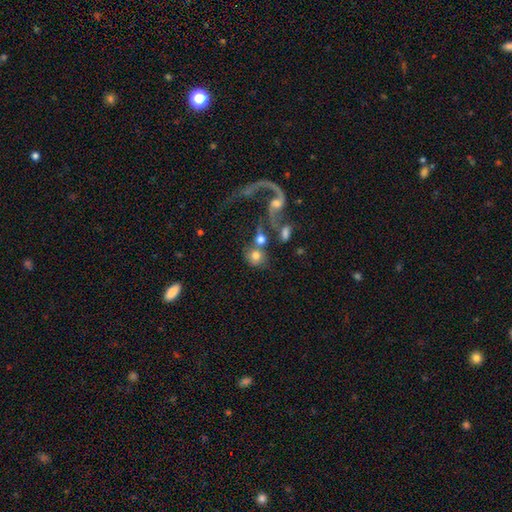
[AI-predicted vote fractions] smooth-or-featured: smooth: 66% | featured or disk: 24% | star or artifact: 10%
  how-rounded: round: 80% | in between: 19% | cigar-shaped: 2%
  merging: none: 42% | merger: 37% | minor disturbance: 11% | major disturbance: 11%